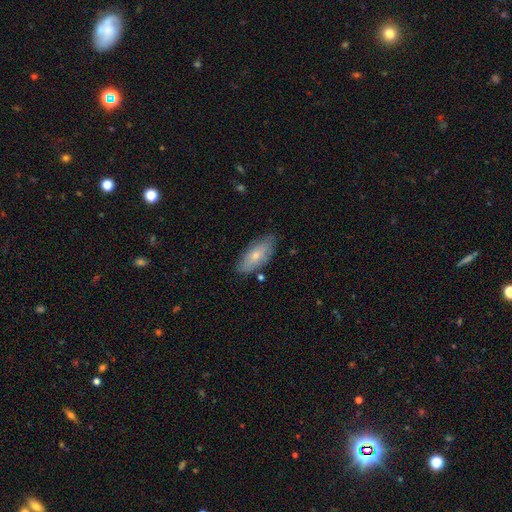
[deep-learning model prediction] Smooth or featured: smooth — 65% (featured or disk — 29%)
How rounded: in between — 82% (cigar-shaped — 15%)
Merging: none — 77% (minor disturbance — 18%)